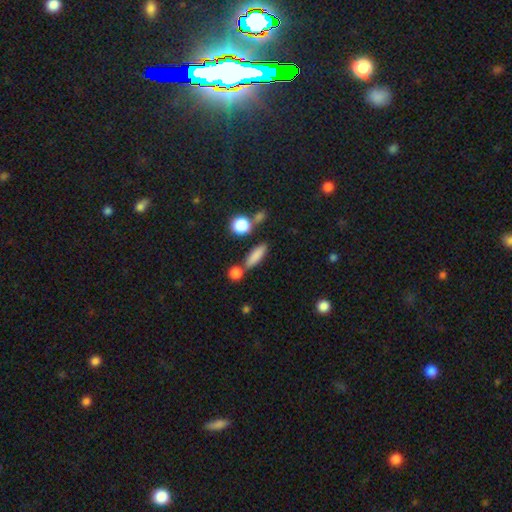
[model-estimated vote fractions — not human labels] smooth-or-featured: smooth: 82% | star or artifact: 9% | featured or disk: 9%
  how-rounded: cigar-shaped: 48% | in between: 45% | round: 6%
  merging: none: 71% | merger: 13% | minor disturbance: 12% | major disturbance: 4%